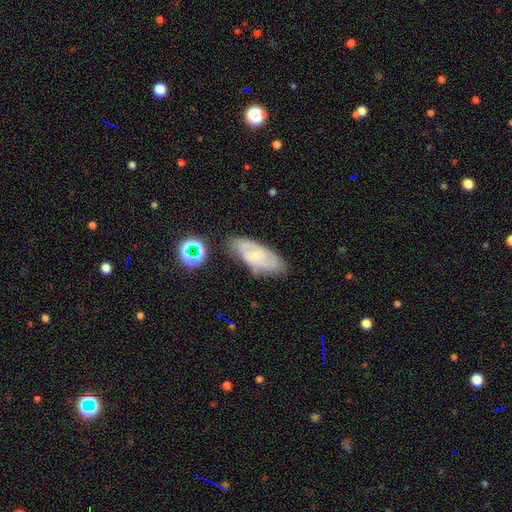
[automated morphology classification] Smooth or featured? Predicted: featured or disk (p=0.51). Edge-on disk? Predicted: no (p=0.87). Merging? Predicted: none (p=0.67).